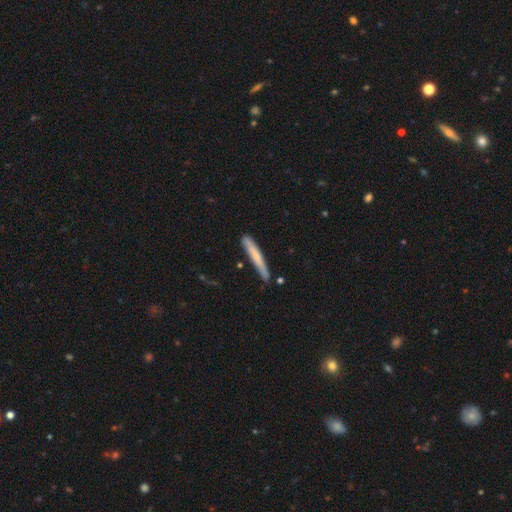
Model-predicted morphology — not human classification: A smooth galaxy with no disk features (66%) that is cigar-shaped (96%). Merging: none (79%).